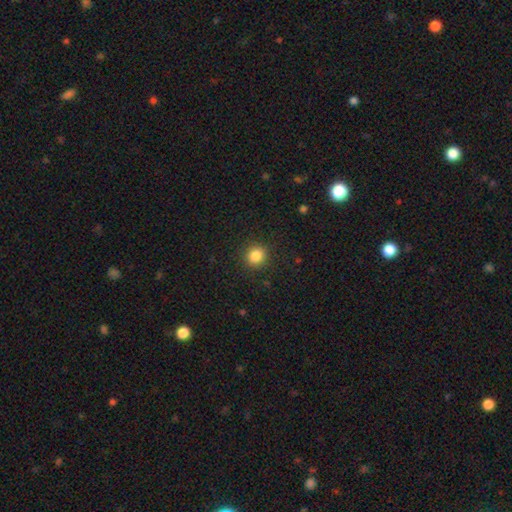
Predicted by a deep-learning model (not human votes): Smooth or featured?
  - smooth: 85% *
  - star or artifact: 11%
  - featured or disk: 4%
How rounded?
  - round: 88% *
  - in between: 11%
  - cigar-shaped: 1%
Merging?
  - none: 90% *
  - minor disturbance: 6%
  - major disturbance: 2%
  - merger: 1%